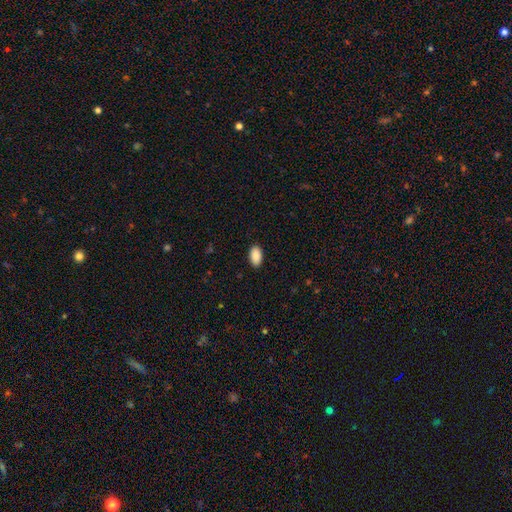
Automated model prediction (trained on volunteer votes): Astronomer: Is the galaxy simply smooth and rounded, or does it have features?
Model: smooth — 90%.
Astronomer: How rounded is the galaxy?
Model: in between — 94%.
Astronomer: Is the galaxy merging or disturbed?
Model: none — 89%.